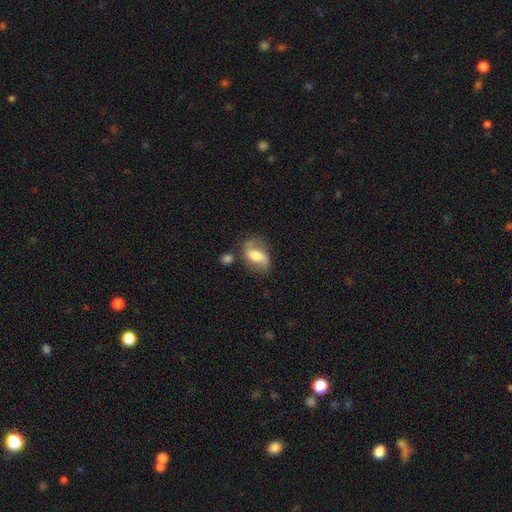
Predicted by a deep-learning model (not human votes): featured or disk 56%, smooth 36%, star or artifact 8%. Down the decision tree: edge-on disk — no (94%); bar — weak (38%); spiral arms — yes (83%); bulge size — moderate (48%); merging — none (59%).